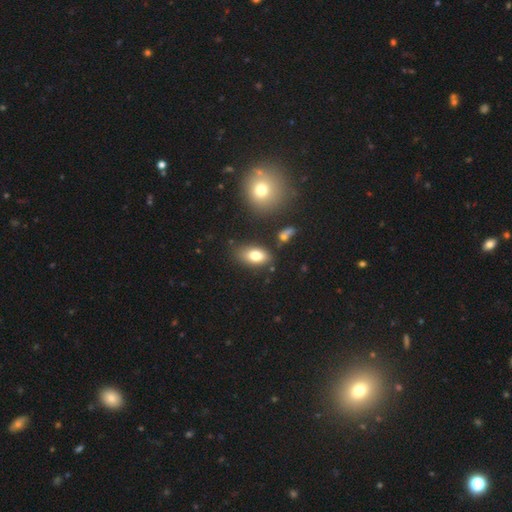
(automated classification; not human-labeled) This is likely a smooth galaxy (78%). How rounded: clearly in between (89%). Merging: likely none (78%).